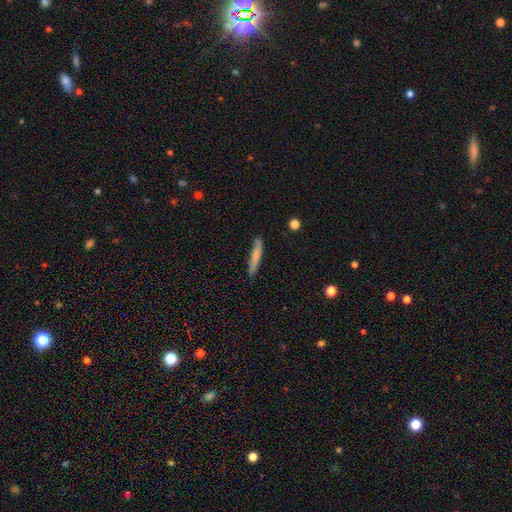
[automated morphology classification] Smooth or featured: smooth — 73% (featured or disk — 21%)
How rounded: cigar-shaped — 92% (in between — 6%)
Merging: none — 83% (minor disturbance — 13%)